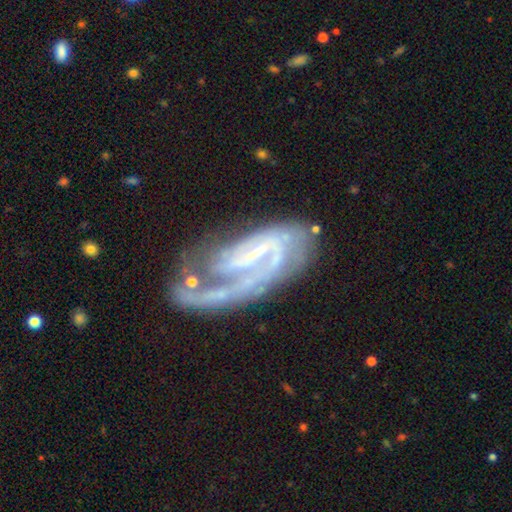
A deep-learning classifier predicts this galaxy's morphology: Smooth or featured?
  - featured or disk: 85% *
  - smooth: 8%
  - star or artifact: 7%
Edge-on disk?
  - no: 95% *
  - yes: 5%
Bar?
  - weak: 40% *
  - strong: 33%
  - no: 26%
Spiral arms?
  - yes: 92% *
  - no: 8%
Spiral winding?
  - medium: 41% *
  - tight: 38%
  - loose: 21%
Spiral arm count?
  - 2: 36% *
  - 1: 33%
  - can't tell: 17%
  - 3: 8%
  - 4: 3%
  - more than 4: 3%
Bulge size?
  - small: 65% *
  - none: 21%
  - moderate: 12%
  - large: 2%
  - dominant: 1%
Merging?
  - none: 44% *
  - major disturbance: 30%
  - minor disturbance: 21%
  - merger: 6%